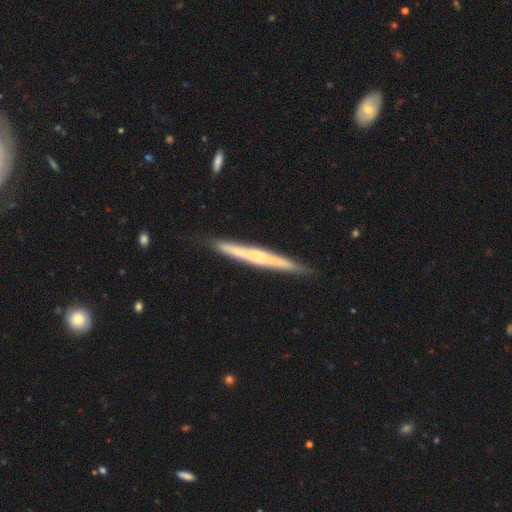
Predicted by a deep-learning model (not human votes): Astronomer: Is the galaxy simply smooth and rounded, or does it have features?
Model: featured or disk — 59% (runner-up: smooth, 35%).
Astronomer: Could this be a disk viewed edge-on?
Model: yes — 97%.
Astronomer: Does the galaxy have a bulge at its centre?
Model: none — 56% (runner-up: rounded, 34%).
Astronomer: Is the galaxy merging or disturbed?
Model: none — 87%.